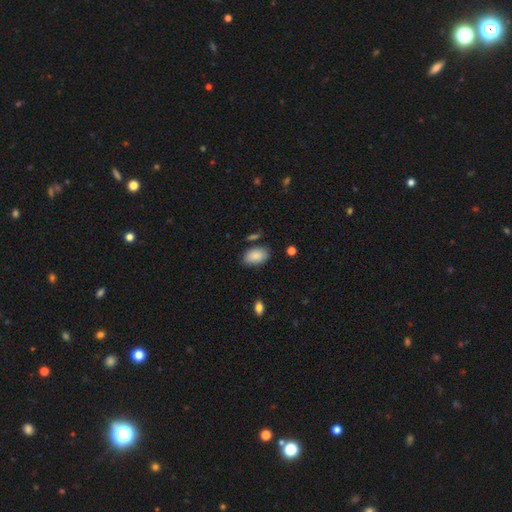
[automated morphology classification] This is clearly a smooth galaxy (87%). How rounded: clearly in between (93%). Merging: likely none (77%).